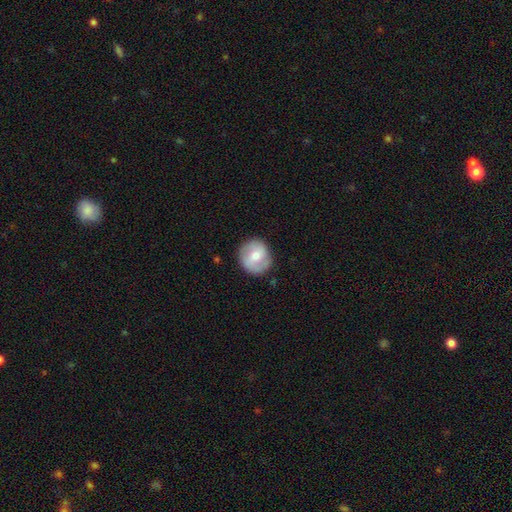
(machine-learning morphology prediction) This is possibly a smooth galaxy (53%). How rounded: clearly round (86%). Merging: clearly none (85%).